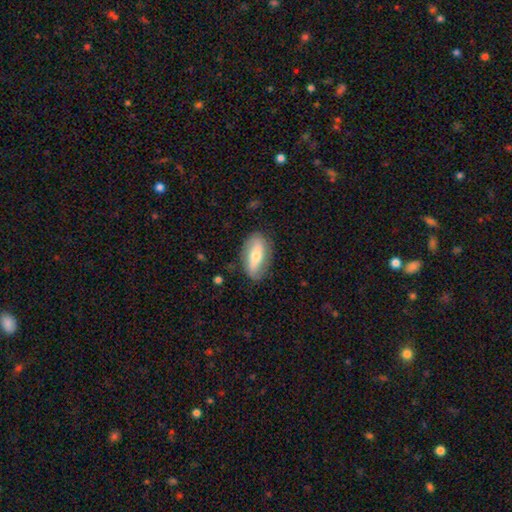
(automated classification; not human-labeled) The model was most divided on "smooth or featured": smooth: 54%, featured or disk: 40%, star or artifact: 6%. More confident: how rounded — in between (83%); merging — none (79%).